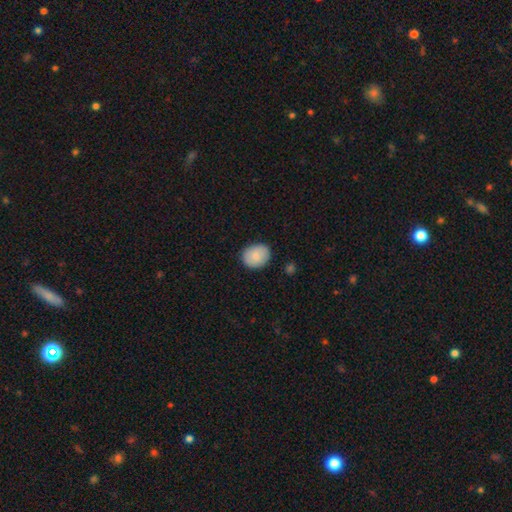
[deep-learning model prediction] This is clearly a smooth galaxy (83%). How rounded: possibly round (52%). Merging: clearly none (84%).